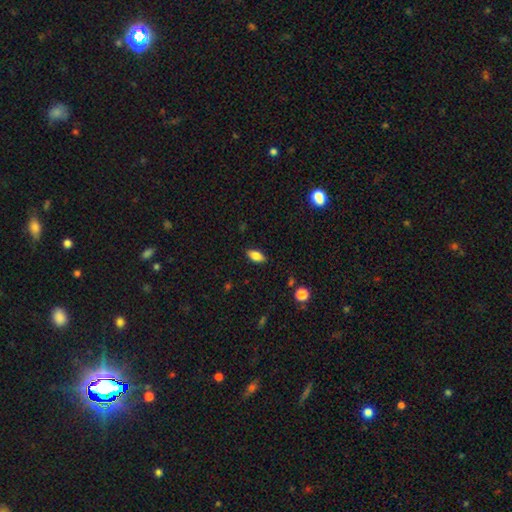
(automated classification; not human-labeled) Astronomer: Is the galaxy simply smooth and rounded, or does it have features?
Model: smooth — 76%.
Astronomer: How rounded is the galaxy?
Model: in between — 87%.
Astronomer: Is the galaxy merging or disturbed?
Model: none — 86%.